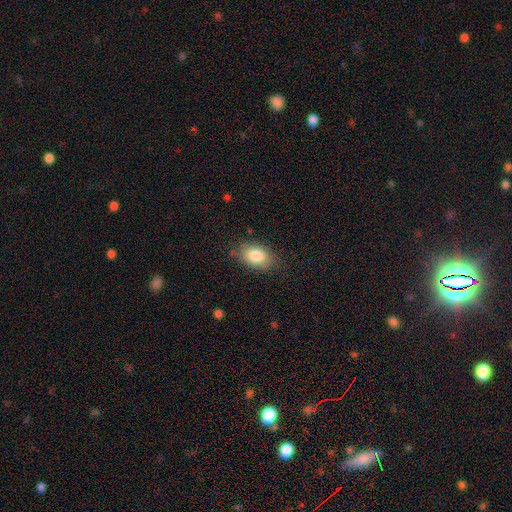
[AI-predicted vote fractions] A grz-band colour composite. It shows a smooth galaxy with no disk features (83%) that is in between round and cigar-shaped (86%). Merging: none (78%).